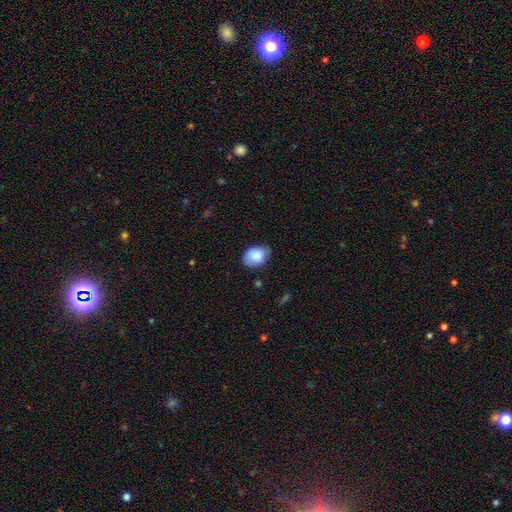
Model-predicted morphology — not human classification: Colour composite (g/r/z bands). It shows a smooth galaxy with no disk features (85%) that is in between round and cigar-shaped (76%). Merging: none (70%).